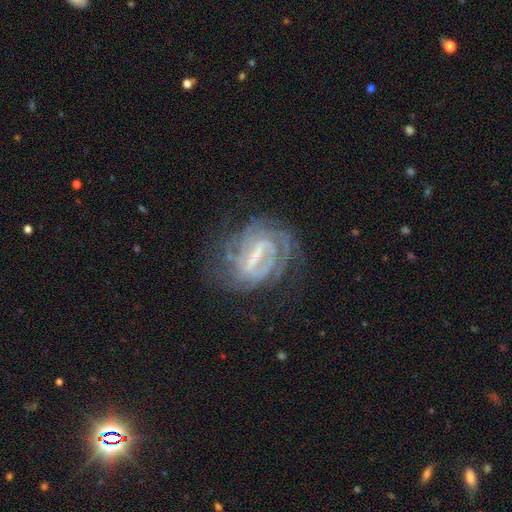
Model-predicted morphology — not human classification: Smooth or featured: featured or disk — 83% (smooth — 8%)
Edge-on disk: no — 94% (yes — 6%)
Bar: strong — 69% (weak — 24%)
Spiral arms: yes — 87% (no — 13%)
Spiral winding: tight — 67% (medium — 26%)
Spiral arm count: can't tell — 43% (2 — 28%)
Bulge size: small — 38% (none — 33%)
Merging: none — 63% (minor disturbance — 19%)